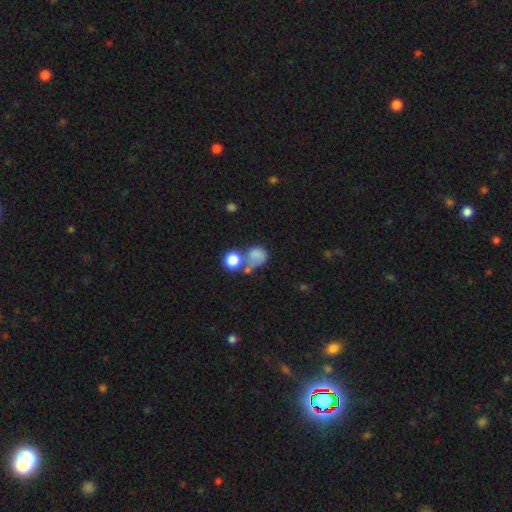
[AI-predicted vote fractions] The model was most divided on "merging": merger: 35%, none: 32%, minor disturbance: 17%, major disturbance: 16%. More confident: smooth or featured — smooth (76%); how rounded — round (65%).